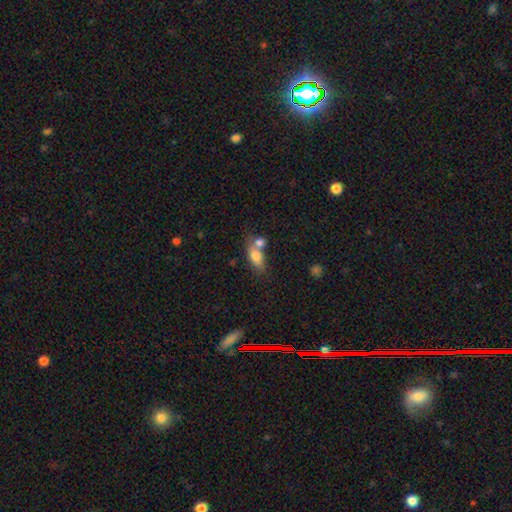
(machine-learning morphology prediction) smooth 76%, featured or disk 16%, star or artifact 8%. Down the decision tree: how rounded — in between (78%); merging — merger (45%).